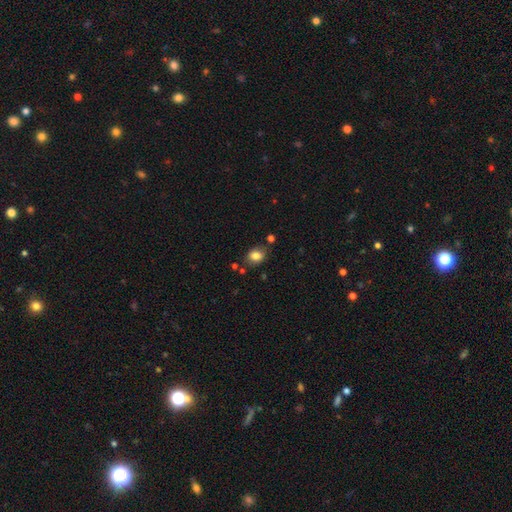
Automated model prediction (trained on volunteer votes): This is clearly a smooth galaxy (82%). How rounded: possibly in between (54%). Merging: likely none (76%).